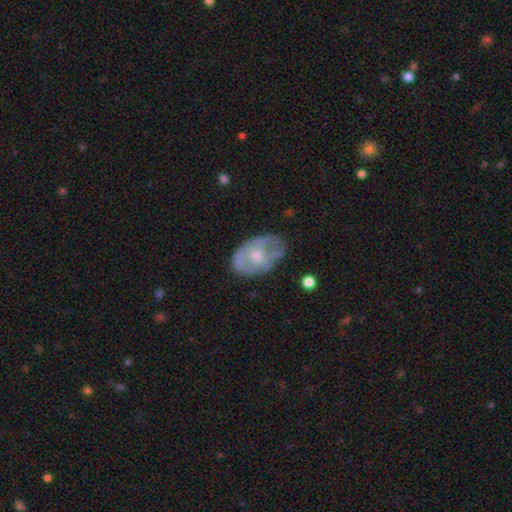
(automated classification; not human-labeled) A featured or disk galaxy (57%) with no bar (79%), no spiral arms (64%) and a moderate central bulge (52%). Merging: none (55%).